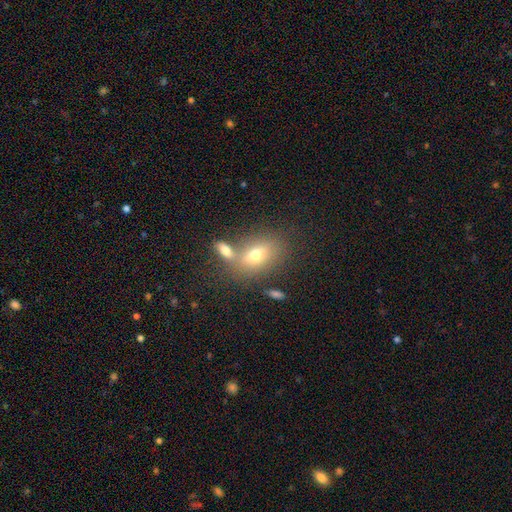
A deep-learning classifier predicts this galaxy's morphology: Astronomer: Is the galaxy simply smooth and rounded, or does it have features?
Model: smooth — 61%.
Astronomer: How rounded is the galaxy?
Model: in between — 79%.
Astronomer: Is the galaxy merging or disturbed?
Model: none — 50% (runner-up: merger, 32%).